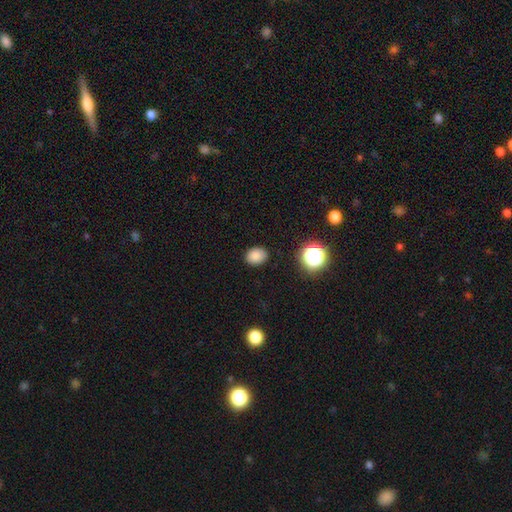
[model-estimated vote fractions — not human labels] A smooth galaxy with no disk features (83%) that is in between round and cigar-shaped (58%). Merging: none (87%).